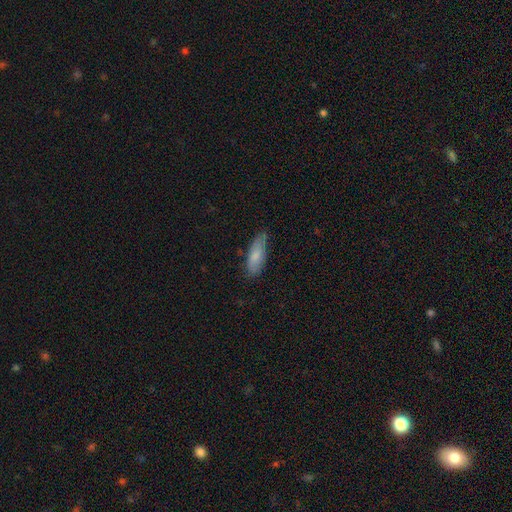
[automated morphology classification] The model was most divided on "how rounded": in between: 60%, cigar-shaped: 39%, round: 2%. More confident: smooth or featured — smooth (76%); merging — none (69%).